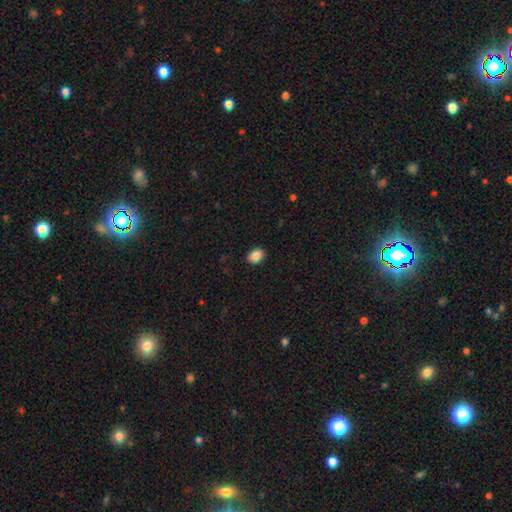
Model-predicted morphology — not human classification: Smooth or featured: smooth — 88% (star or artifact — 8%)
How rounded: in between — 70% (round — 29%)
Merging: none — 90% (minor disturbance — 7%)